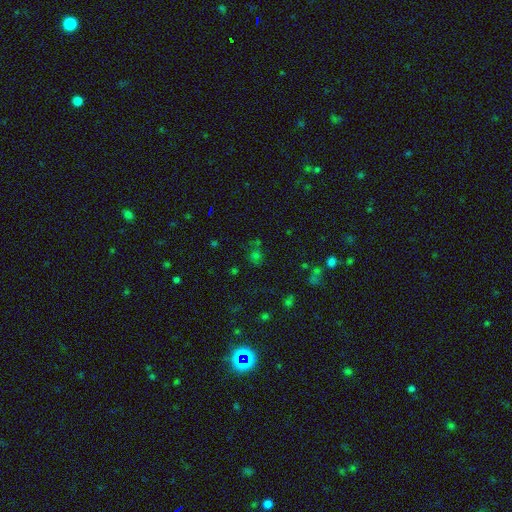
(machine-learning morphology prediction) smooth_or_featured: smooth (p=0.50) [alt: star or artifact p=0.39]
merging: none (p=0.57) [alt: minor disturbance p=0.18]